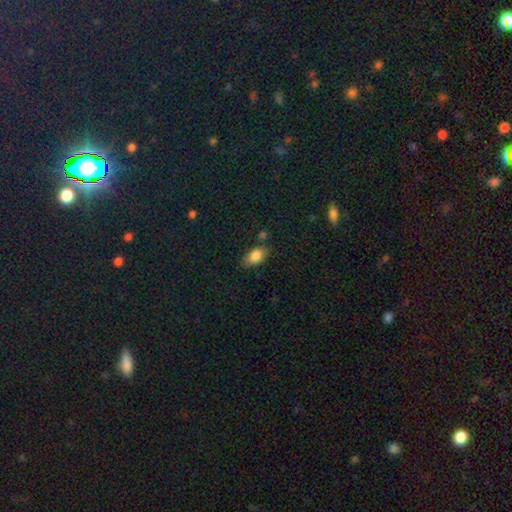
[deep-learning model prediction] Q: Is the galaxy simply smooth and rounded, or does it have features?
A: smooth — 84%.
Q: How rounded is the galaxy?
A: in between — 89%.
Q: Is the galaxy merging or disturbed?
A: none — 72%.